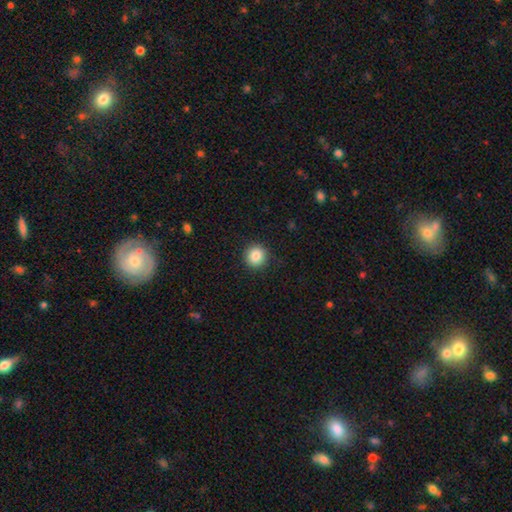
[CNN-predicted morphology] A smooth galaxy with no disk features (87%) that is round (94%). Merging: none (91%).